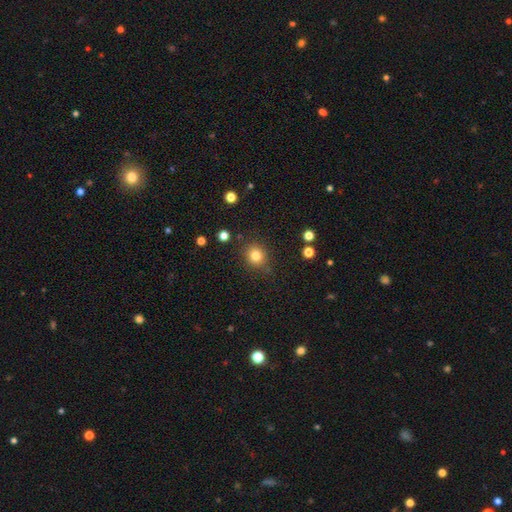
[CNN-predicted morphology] type=smooth (82%); roundness=round (83%); merging=none (84%).